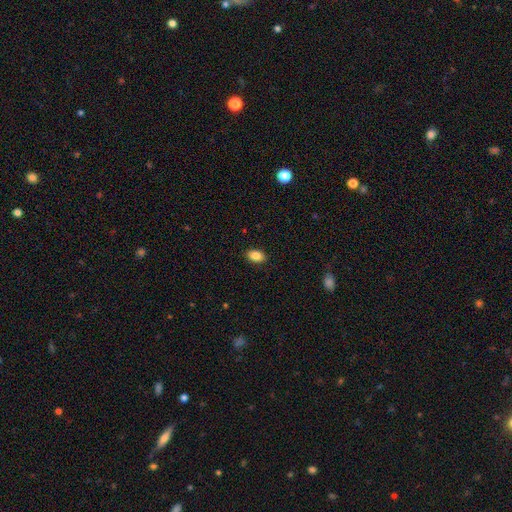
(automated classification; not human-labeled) smooth-or-featured: smooth: 87% | star or artifact: 8% | featured or disk: 5%
  how-rounded: in between: 88% | round: 11% | cigar-shaped: 1%
  merging: none: 89% | minor disturbance: 8% | major disturbance: 2% | merger: 1%